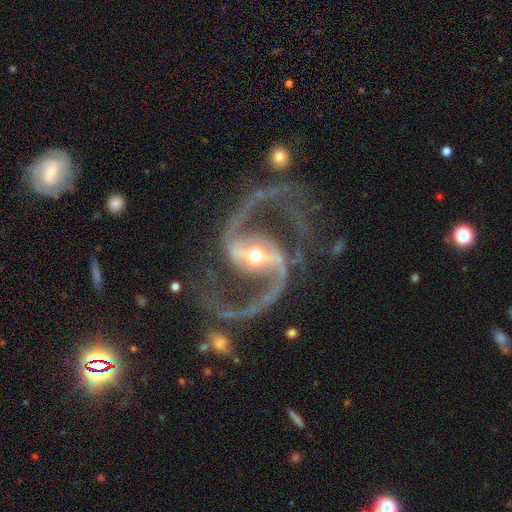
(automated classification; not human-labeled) This is clearly a featured or disk galaxy (94%). It is clearly not viewed edge-on (98%). Bar: likely strong (68%). Spiral arm pattern: clearly yes (97%). Spiral arm count: clearly 2 (95%). Spiral winding: possibly loose (50%). Central bulge: likely moderate (66%). Merging: likely none (70%).